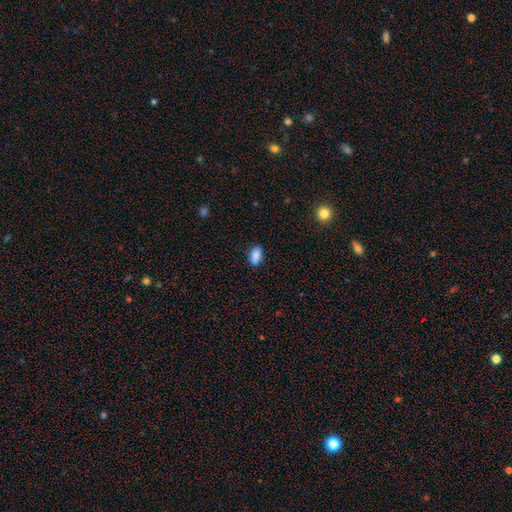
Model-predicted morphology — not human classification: smooth 85%, star or artifact 8%, featured or disk 7%. Down the decision tree: how rounded — in between (89%); merging — none (82%).